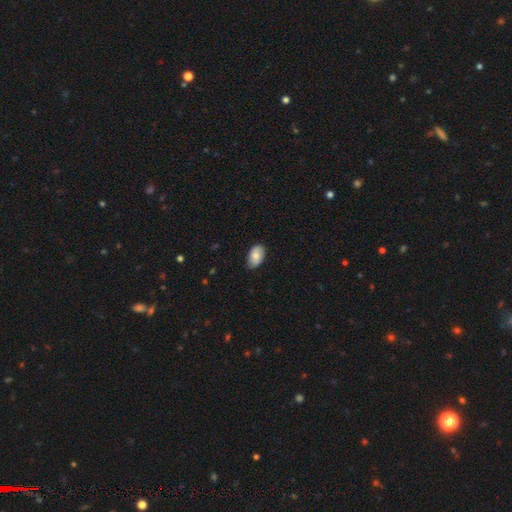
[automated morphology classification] Smooth or featured: smooth — 73% (featured or disk — 21%)
How rounded: in between — 92% (round — 6%)
Merging: none — 77% (minor disturbance — 19%)